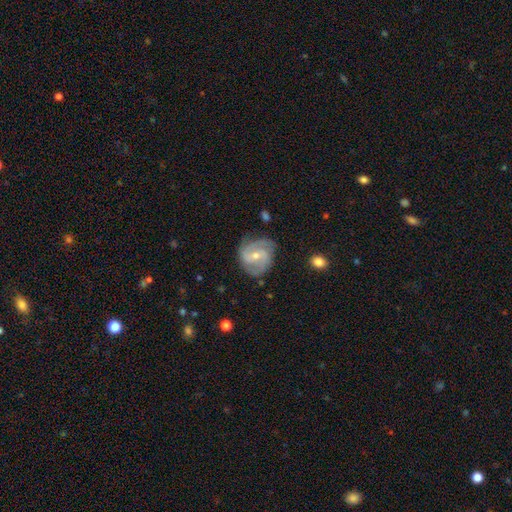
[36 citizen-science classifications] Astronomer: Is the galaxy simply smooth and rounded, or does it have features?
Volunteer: featured or disk — 81%.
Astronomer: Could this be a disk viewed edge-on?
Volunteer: no — 97%.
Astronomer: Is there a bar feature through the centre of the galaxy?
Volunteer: weak — 46% (runner-up: strong, 32%).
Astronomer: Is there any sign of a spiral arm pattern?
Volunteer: yes — 96%.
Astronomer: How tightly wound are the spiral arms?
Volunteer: medium — 41% (runner-up: tight, 33%).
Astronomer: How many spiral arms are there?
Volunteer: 2 — 78%.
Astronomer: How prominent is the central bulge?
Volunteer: moderate — 61%.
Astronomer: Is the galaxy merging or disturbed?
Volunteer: none — 51% (runner-up: minor disturbance, 37%).